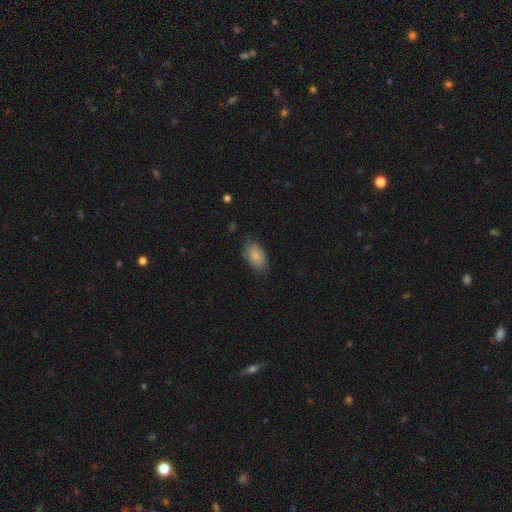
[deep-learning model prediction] smooth_or_featured: smooth (p=0.83) [alt: featured or disk p=0.10]
how_rounded: in between (p=0.91) [alt: round p=0.08]
merging: none (p=0.71) [alt: minor disturbance p=0.23]